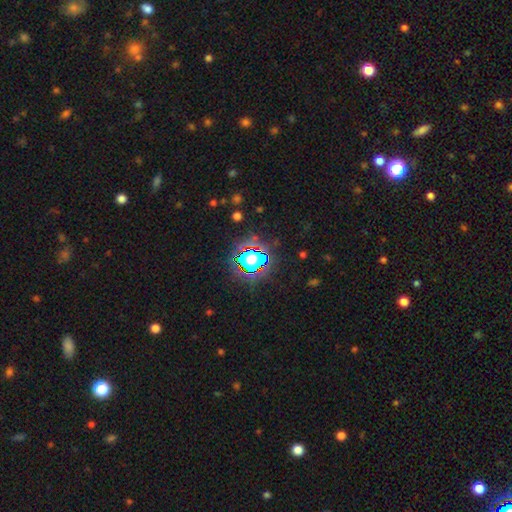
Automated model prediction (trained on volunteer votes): The model was most divided on "smooth or featured": star or artifact: 74%, smooth: 16%, featured or disk: 10%.